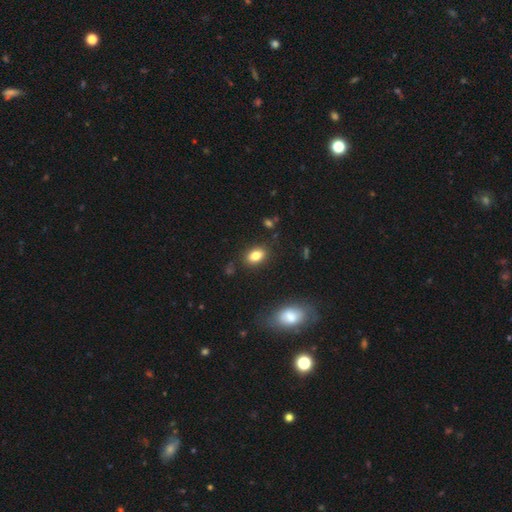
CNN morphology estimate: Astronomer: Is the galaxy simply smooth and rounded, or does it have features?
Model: smooth — 83%.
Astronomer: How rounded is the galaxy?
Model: in between — 84%.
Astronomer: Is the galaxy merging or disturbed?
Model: none — 86%.